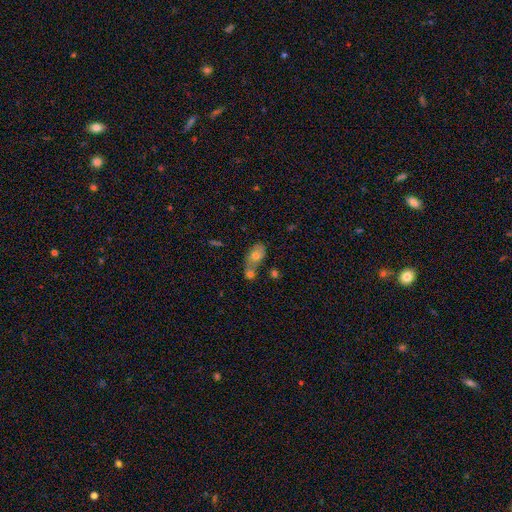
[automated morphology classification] smooth 61%, featured or disk 30%, star or artifact 10%. Down the decision tree: how rounded — in between (77%); merging — merger (53%).